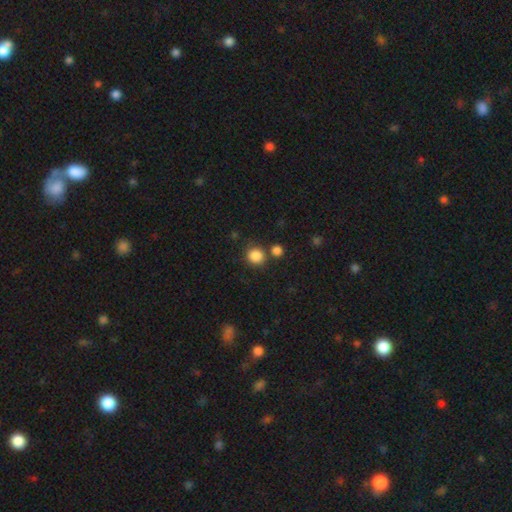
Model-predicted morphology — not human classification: smooth_or_featured: smooth (p=0.86) [alt: star or artifact p=0.10]
how_rounded: round (p=0.89) [alt: in between p=0.10]
merging: none (p=0.74) [alt: merger p=0.13]